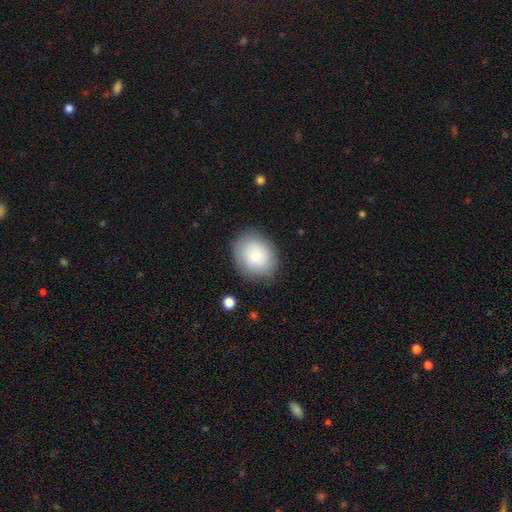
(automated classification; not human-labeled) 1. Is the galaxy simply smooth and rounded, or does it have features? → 76% smooth, 16% featured or disk, 8% star or artifact.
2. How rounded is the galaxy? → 63% round, 37% in between, 1% cigar-shaped.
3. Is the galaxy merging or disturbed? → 80% none, 14% minor disturbance, 4% major disturbance, 2% merger.